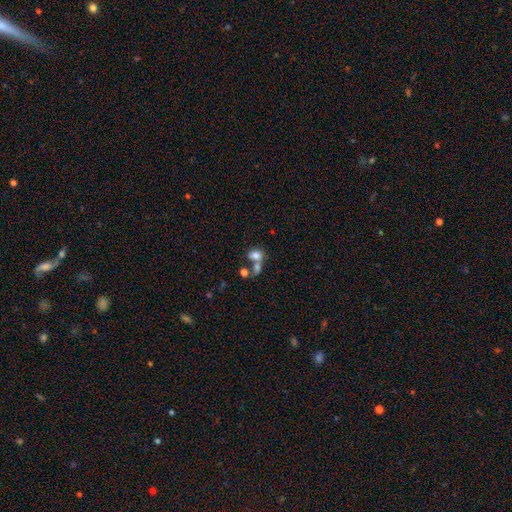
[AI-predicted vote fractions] smooth-or-featured: smooth: 77% | featured or disk: 12% | star or artifact: 11%
  how-rounded: in between: 61% | round: 38% | cigar-shaped: 1%
  merging: merger: 48% | none: 35% | minor disturbance: 10% | major disturbance: 7%